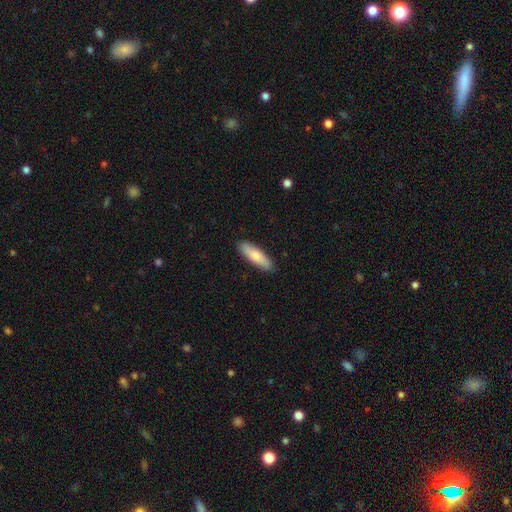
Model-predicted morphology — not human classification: Q: Smooth or featured?
A: smooth (77%); runner-up: featured or disk (18%)
Q: How rounded?
A: cigar-shaped (57%); runner-up: in between (41%)
Q: Merging?
A: none (90%); runner-up: minor disturbance (8%)